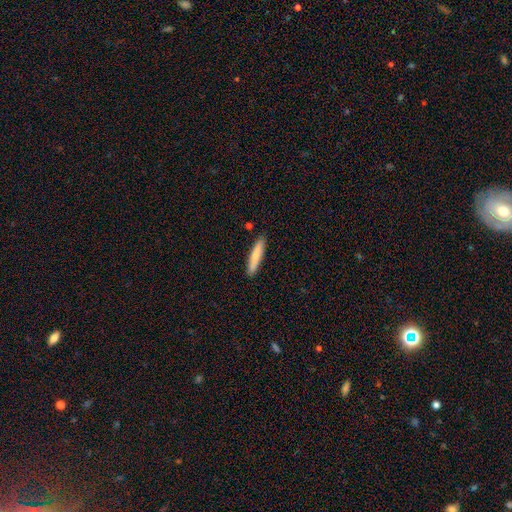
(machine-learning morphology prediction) This appears to be a smooth galaxy with no disk features (79%) that is cigar-shaped (89%). Merging: none (89%).